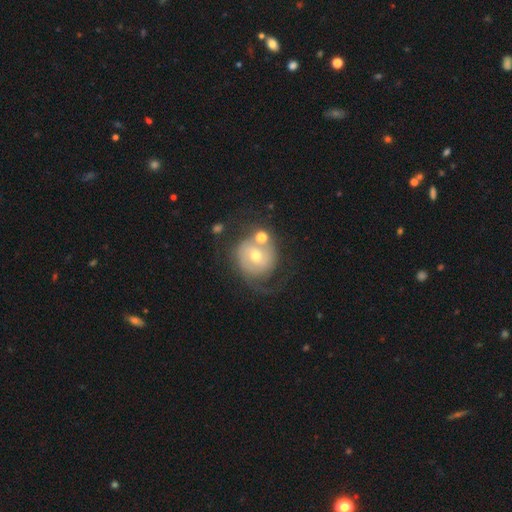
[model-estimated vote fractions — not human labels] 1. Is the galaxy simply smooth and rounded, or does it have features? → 70% featured or disk, 22% smooth, 7% star or artifact.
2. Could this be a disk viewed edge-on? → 97% no, 3% yes.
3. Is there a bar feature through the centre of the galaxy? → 64% no, 29% weak, 7% strong.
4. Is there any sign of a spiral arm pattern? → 84% yes, 16% no.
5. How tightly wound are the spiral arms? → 41% tight, 37% medium, 22% loose.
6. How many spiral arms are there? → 67% 2, 17% can't tell, 8% 1, 5% 3, 2% 4, 2% more than 4.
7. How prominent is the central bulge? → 53% moderate, 41% small, 3% large, 1% none, 1% dominant.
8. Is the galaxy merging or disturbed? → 49% none, 18% major disturbance, 18% minor disturbance, 15% merger.